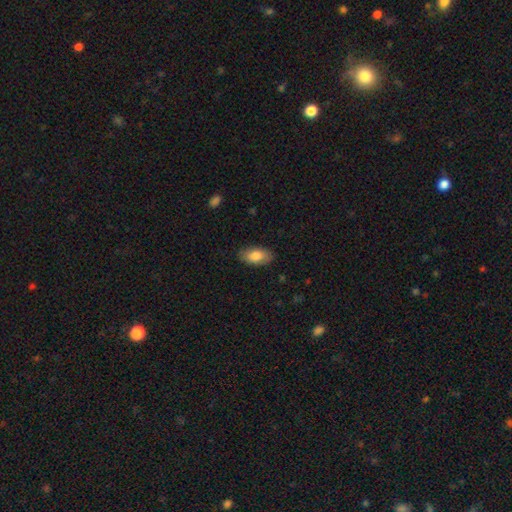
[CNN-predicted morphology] A smooth galaxy with no disk features (82%) that is in between round and cigar-shaped (92%).

Vote fractions:
- Smooth or featured? smooth: 82% / featured or disk: 12% / star or artifact: 6%
- How rounded? in between: 92% / round: 4% / cigar-shaped: 4%
- Merging? none: 86% / minor disturbance: 11% / major disturbance: 2% / merger: 1%